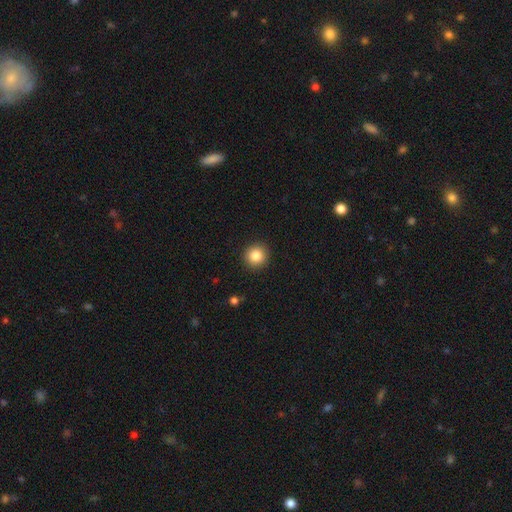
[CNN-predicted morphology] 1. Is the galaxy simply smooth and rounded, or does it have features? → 85% smooth, 10% star or artifact, 5% featured or disk.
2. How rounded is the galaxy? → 94% round, 5% in between, 1% cigar-shaped.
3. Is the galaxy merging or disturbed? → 92% none, 5% minor disturbance, 2% major disturbance, 1% merger.